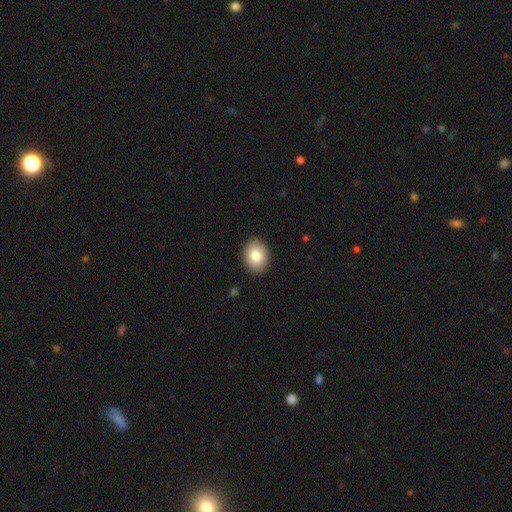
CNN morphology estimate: This appears to be a smooth galaxy with no disk features (82%) that is in between round and cigar-shaped (63%). Merging: none (90%).